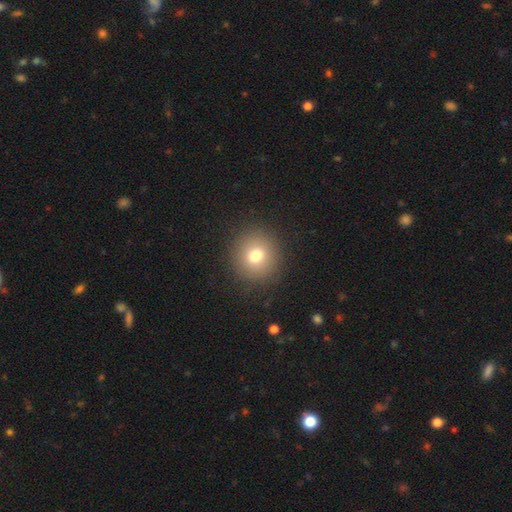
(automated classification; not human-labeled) The model was most divided on "smooth or featured": smooth: 75%, star or artifact: 13%, featured or disk: 11%. More confident: how rounded — round (93%); merging — none (90%).